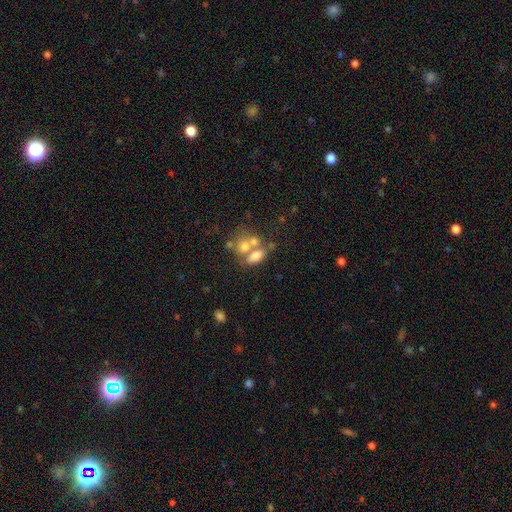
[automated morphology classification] Smooth or featured? Predicted: smooth (p=0.65). How rounded? Predicted: in between (p=0.78). Merging? Predicted: merger (p=0.51).